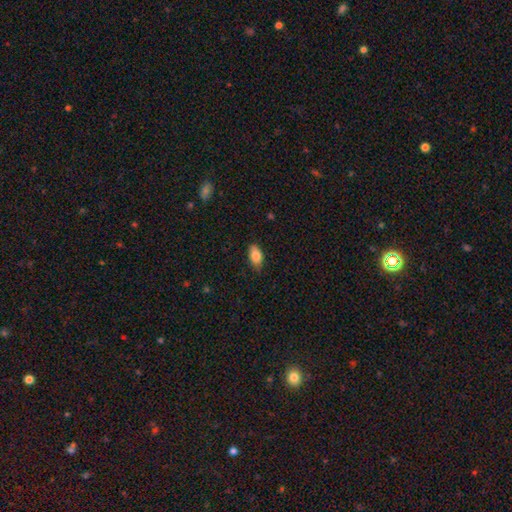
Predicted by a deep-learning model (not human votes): Smooth or featured?
  - smooth: 82% *
  - featured or disk: 10%
  - star or artifact: 7%
How rounded?
  - in between: 89% *
  - cigar-shaped: 6%
  - round: 5%
Merging?
  - none: 79% *
  - minor disturbance: 18%
  - major disturbance: 3%
  - merger: 1%